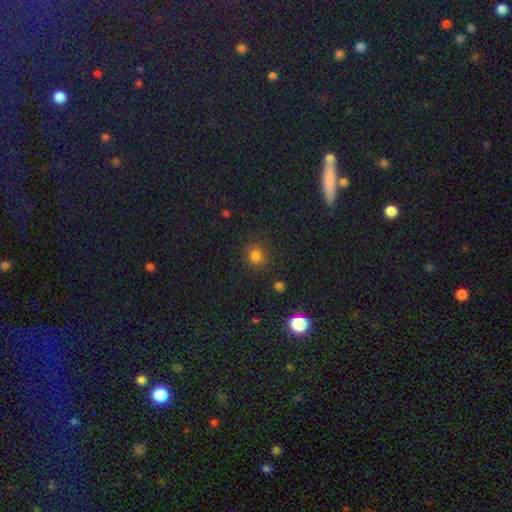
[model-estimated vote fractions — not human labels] Smooth or featured? smooth (74%)
How rounded? round (84%)
Merging? none (80%)